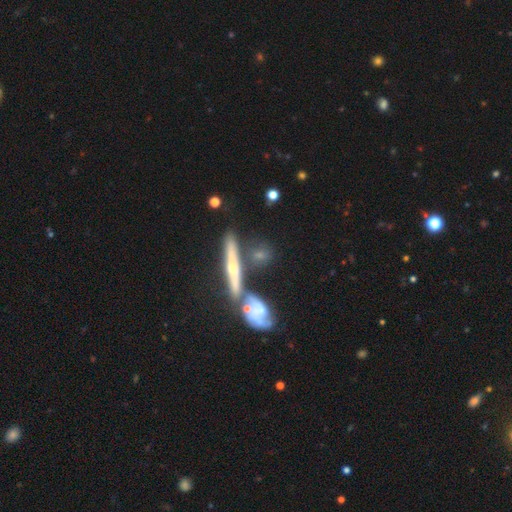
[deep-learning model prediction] smooth_or_featured: featured or disk (p=0.75) [alt: smooth p=0.17]
disk_edge_on: yes (p=0.87) [alt: no p=0.13]
edge_on_bulge: rounded (p=0.78) [alt: none p=0.16]
merging: none (p=0.53) [alt: merger p=0.29]